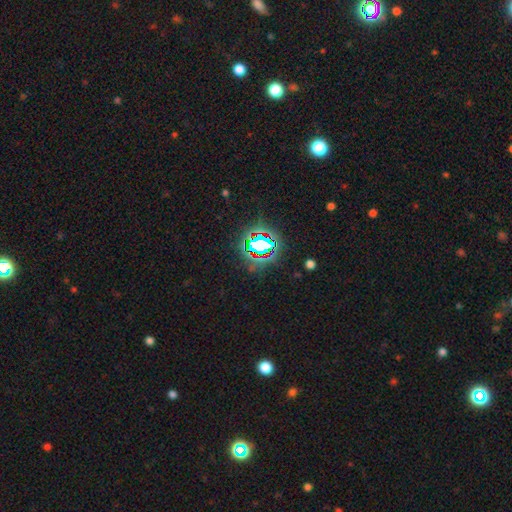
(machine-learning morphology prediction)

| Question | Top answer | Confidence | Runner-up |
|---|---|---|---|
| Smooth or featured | star or artifact | 80% | smooth (12%) |